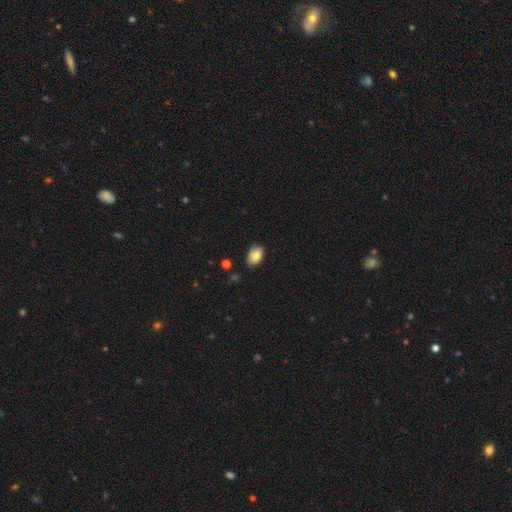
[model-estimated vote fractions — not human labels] A smooth galaxy with no disk features (83%) that is in between round and cigar-shaped (89%). Merging: none (78%).